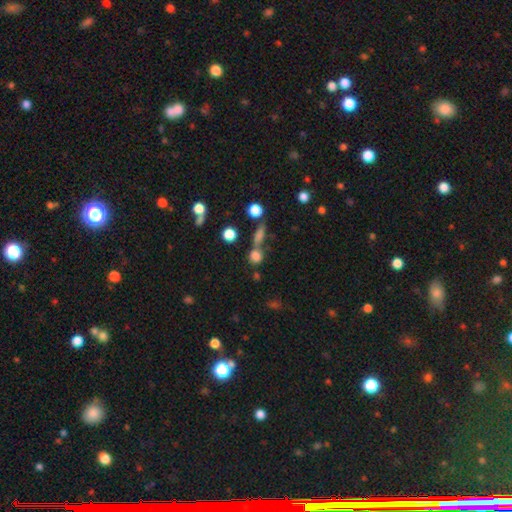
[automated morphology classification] type=smooth (76%); roundness=round (75%); merging=none (54%).